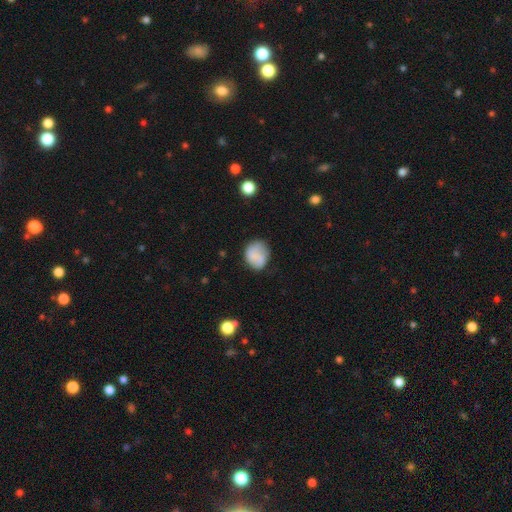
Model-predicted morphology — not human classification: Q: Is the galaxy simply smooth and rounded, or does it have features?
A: smooth — 73%.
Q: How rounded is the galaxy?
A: round — 62%.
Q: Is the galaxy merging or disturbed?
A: none — 65%.